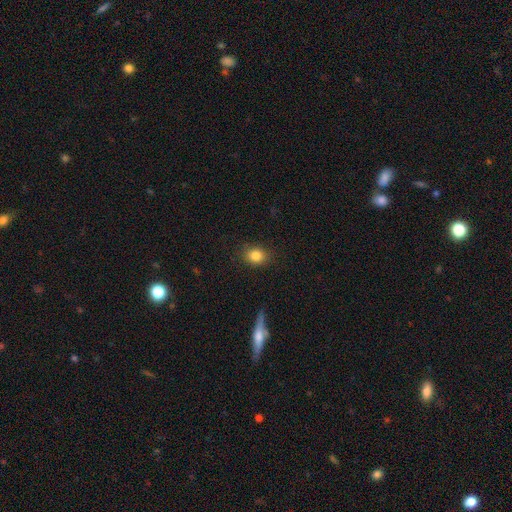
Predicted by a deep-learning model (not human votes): This appears to be a smooth galaxy with no disk features (83%) that is round (63%). Merging: none (87%).